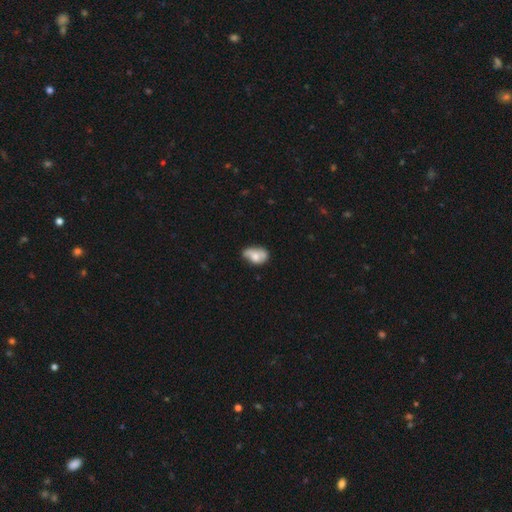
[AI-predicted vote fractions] Morphology: type=smooth (60%); roundness=in between (86%); merging=none (35%, tied with minor disturbance).